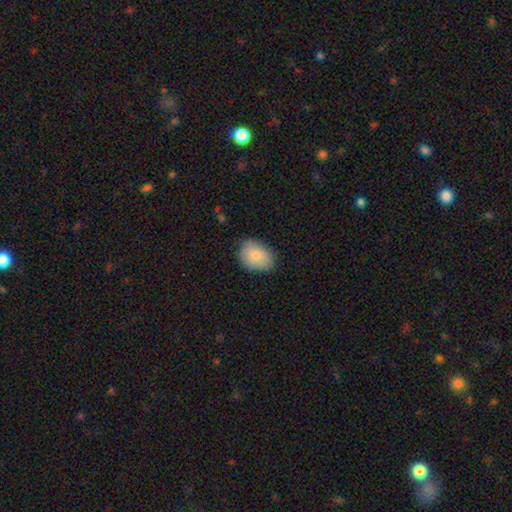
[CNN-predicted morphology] This is clearly a smooth galaxy (83%). How rounded: likely in between (72%). Merging: likely none (75%).